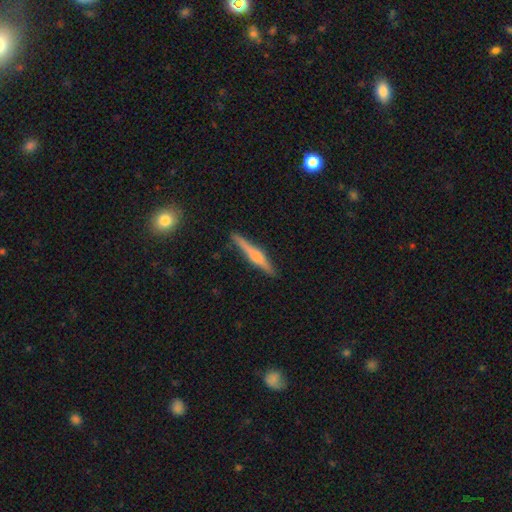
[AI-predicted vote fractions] smooth-or-featured: featured or disk: 63% | smooth: 31% | star or artifact: 6%
  disk-edge-on: yes: 98% | no: 2%
    edge-on-bulge: rounded: 75% | boxy: 15% | none: 10%
  merging: none: 88% | minor disturbance: 9% | major disturbance: 2% | merger: 1%